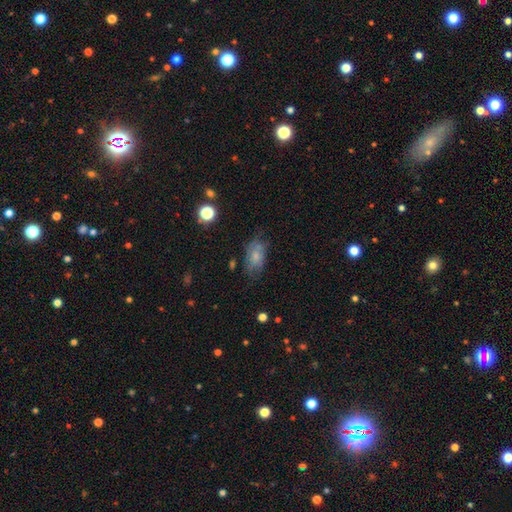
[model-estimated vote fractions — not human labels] smooth-or-featured: smooth: 64% | featured or disk: 26% | star or artifact: 10%
  how-rounded: in between: 89% | round: 8% | cigar-shaped: 3%
  merging: none: 57% | minor disturbance: 27% | major disturbance: 13% | merger: 3%